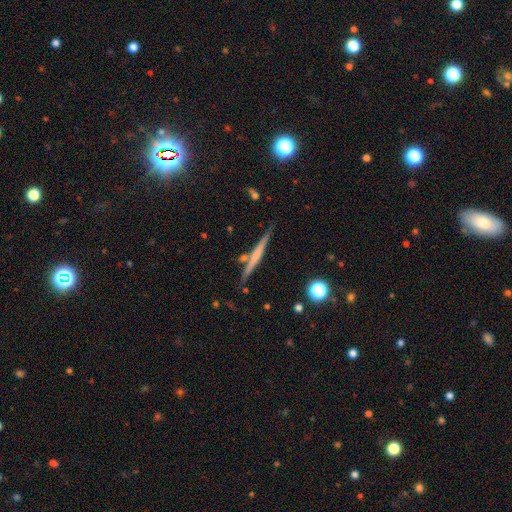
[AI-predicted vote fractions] Overall: featured or disk (58%; smooth 36%). Edge-on disk: yes (97%). Edge-on bulge: none (73%). Merging: none (83%).